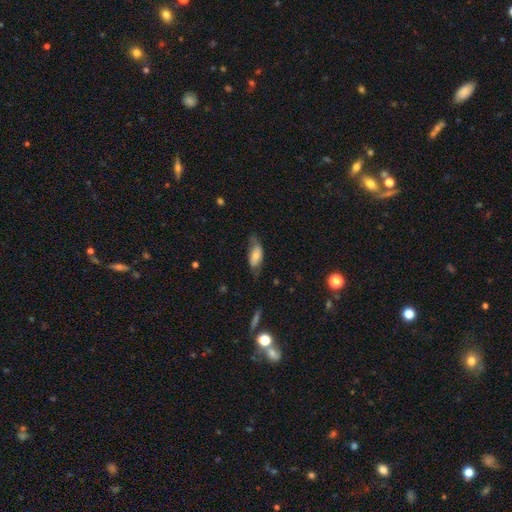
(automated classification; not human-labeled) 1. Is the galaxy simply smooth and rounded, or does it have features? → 60% smooth, 33% featured or disk, 7% star or artifact.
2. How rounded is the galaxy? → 86% in between, 10% cigar-shaped, 3% round.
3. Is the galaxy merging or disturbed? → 53% none, 32% minor disturbance, 13% major disturbance, 2% merger.